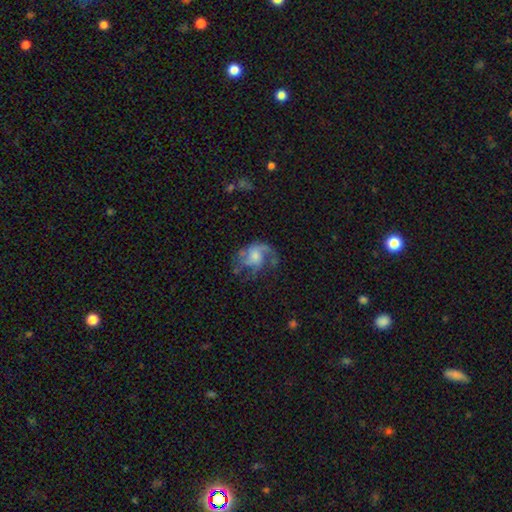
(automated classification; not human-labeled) Overall: featured or disk (67%). Edge-on disk: no (98%). Bar: no (71%). Spiral arms: yes (79%). Spiral arm count: 2 (27%; can't tell 25%). Spiral winding: loose (42%; medium 41%). Bulge size: moderate (39%; small 33%). Merging: none (40%; major disturbance 36%).